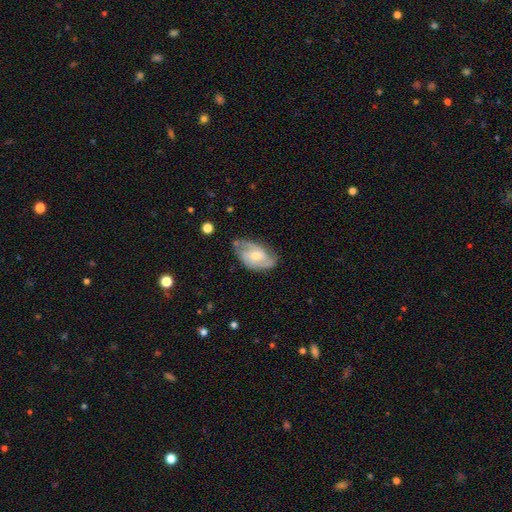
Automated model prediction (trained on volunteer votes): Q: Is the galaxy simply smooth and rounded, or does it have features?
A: featured or disk — 80%.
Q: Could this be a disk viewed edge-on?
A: no — 96%.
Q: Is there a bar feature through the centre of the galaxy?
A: no — 48%.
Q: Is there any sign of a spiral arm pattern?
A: yes — 94%.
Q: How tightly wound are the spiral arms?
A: medium — 46%.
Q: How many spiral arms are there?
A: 2 — 74%.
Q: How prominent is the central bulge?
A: moderate — 48%.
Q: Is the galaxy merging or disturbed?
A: none — 71%.